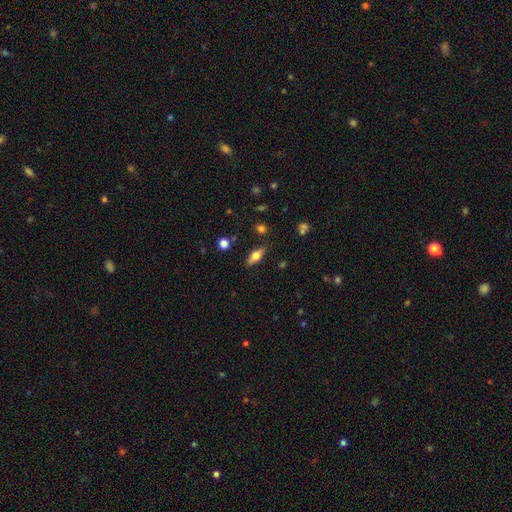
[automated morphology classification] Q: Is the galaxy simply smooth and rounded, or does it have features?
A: smooth — 52%.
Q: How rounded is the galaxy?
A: in between — 67%.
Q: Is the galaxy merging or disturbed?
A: none — 85%.